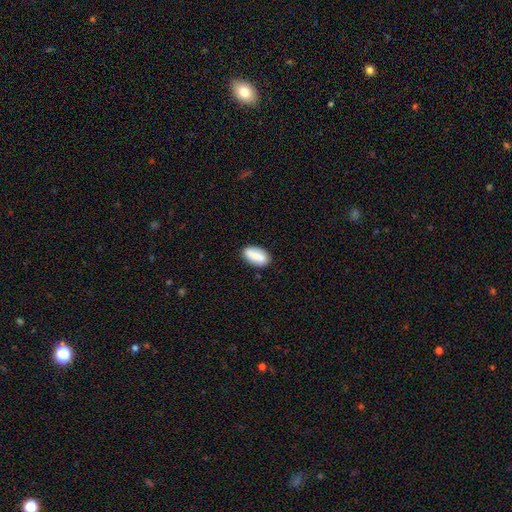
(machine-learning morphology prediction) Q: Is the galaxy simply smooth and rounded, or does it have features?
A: smooth — 80%.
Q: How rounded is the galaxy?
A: in between — 92%.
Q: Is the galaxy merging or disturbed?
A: none — 82%.